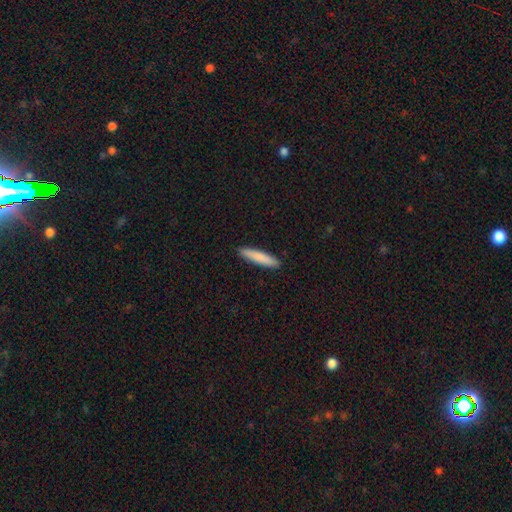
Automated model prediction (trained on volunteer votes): A smooth galaxy with no disk features (83%) that is cigar-shaped (91%). Merging: none (92%).